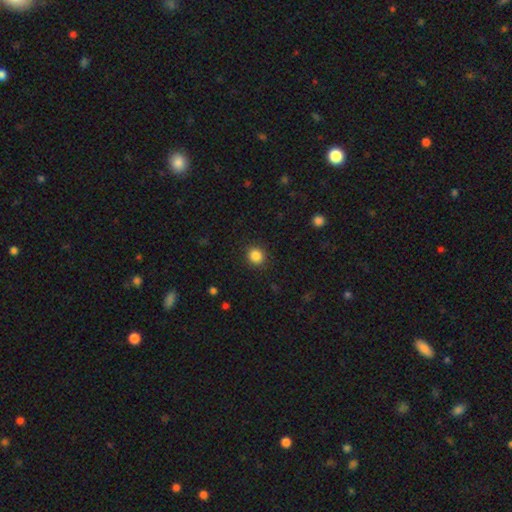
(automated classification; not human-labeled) Overall: smooth (86%). How rounded: round (83%). Merging: none (90%).